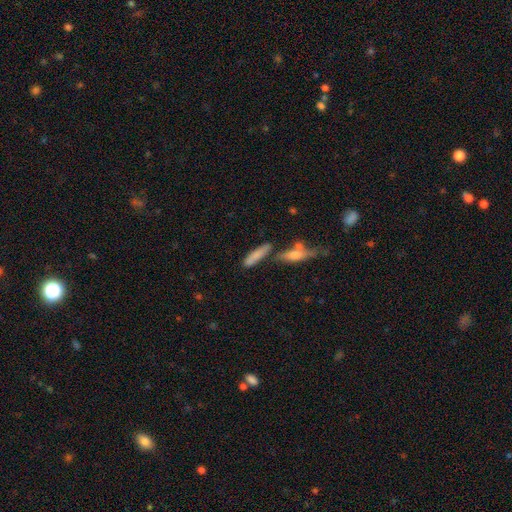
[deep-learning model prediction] smooth 77%, featured or disk 16%, star or artifact 7%. Down the decision tree: how rounded — cigar-shaped (74%); merging — none (60%).